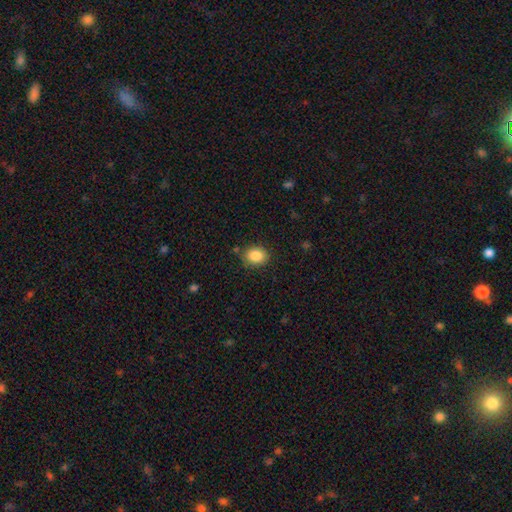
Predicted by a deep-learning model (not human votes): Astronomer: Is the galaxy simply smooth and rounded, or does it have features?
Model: smooth — 86%.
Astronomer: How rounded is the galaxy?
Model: round — 53% (runner-up: in between, 46%).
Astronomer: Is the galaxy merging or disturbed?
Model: none — 83%.